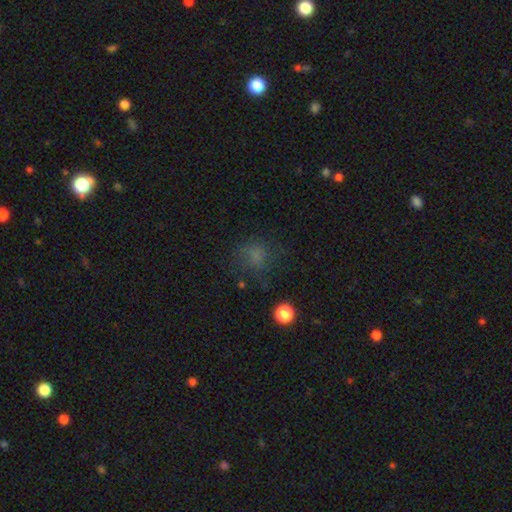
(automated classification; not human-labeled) smooth 67%, star or artifact 22%, featured or disk 11%. Down the decision tree: how rounded — round (75%); merging — none (65%).